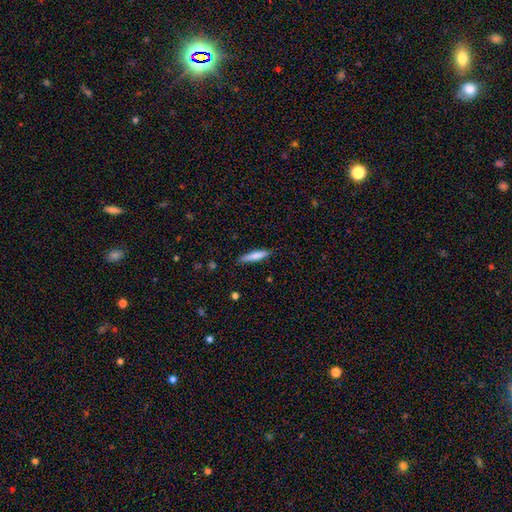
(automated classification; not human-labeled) A smooth galaxy with no disk features (78%) that is cigar-shaped (85%). Merging: none (84%).